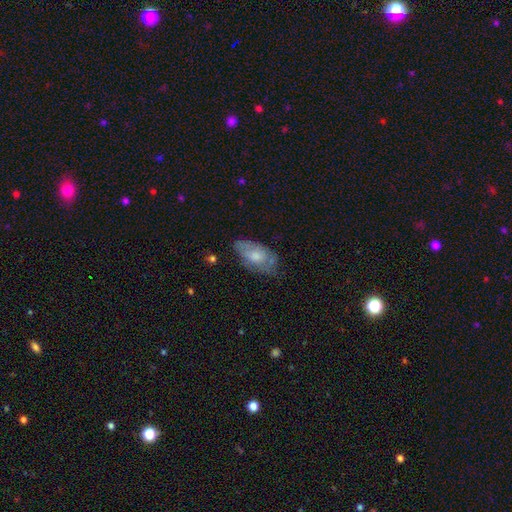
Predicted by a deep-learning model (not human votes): Smooth or featured? smooth (54%)
How rounded? in between (91%)
Merging? none (55%)